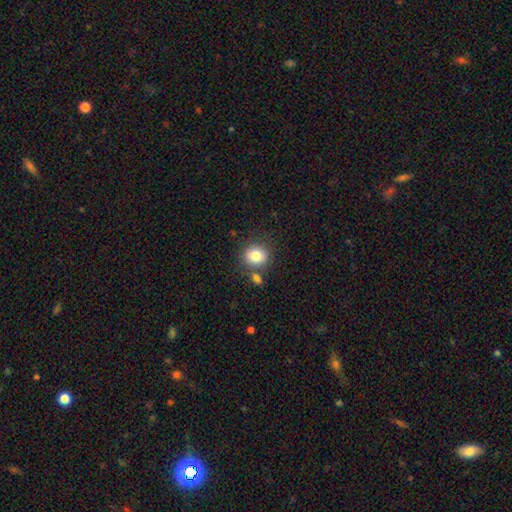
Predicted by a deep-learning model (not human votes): A smooth galaxy with no disk features (81%) that is round (78%). Merging: none (71%).